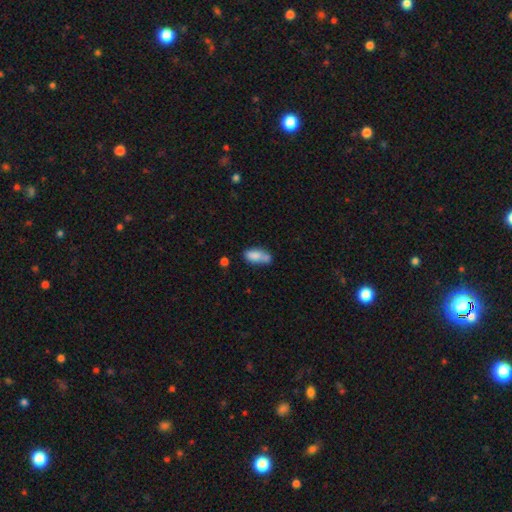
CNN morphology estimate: Smooth or featured: smooth — 78% (featured or disk — 13%)
How rounded: in between — 82% (cigar-shaped — 15%)
Merging: none — 42% (minor disturbance — 26%)